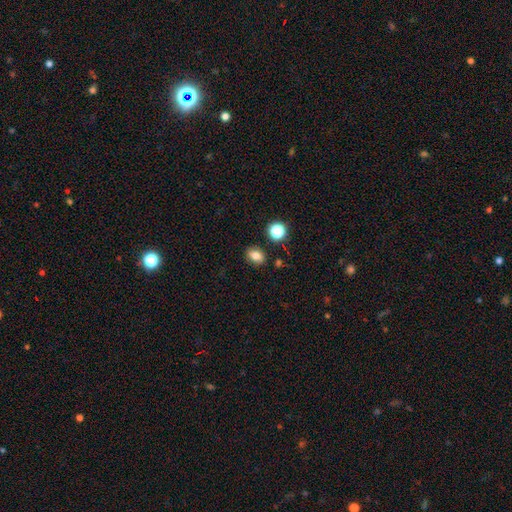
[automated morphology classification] The model was most divided on "how rounded": in between: 66%, round: 33%, cigar-shaped: 1%. More confident: merging — none (86%); smooth or featured — smooth (80%).